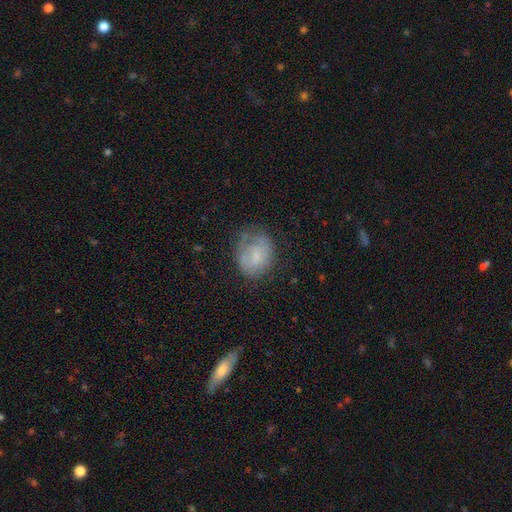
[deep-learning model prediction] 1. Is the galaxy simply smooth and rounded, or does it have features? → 58% smooth, 32% featured or disk, 9% star or artifact.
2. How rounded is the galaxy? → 53% in between, 46% round, 1% cigar-shaped.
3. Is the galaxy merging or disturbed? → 51% none, 29% minor disturbance, 18% major disturbance, 2% merger.